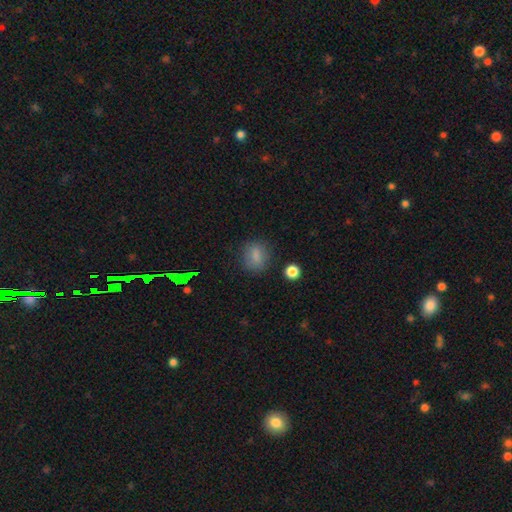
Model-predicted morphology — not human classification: A smooth galaxy with no disk features (82%) that is round (52%).

Vote fractions:
- Smooth or featured? smooth: 82% / star or artifact: 11% / featured or disk: 8%
- How rounded? round: 52% / in between: 46% / cigar-shaped: 2%
- Merging? none: 78% / minor disturbance: 14% / major disturbance: 5% / merger: 2%